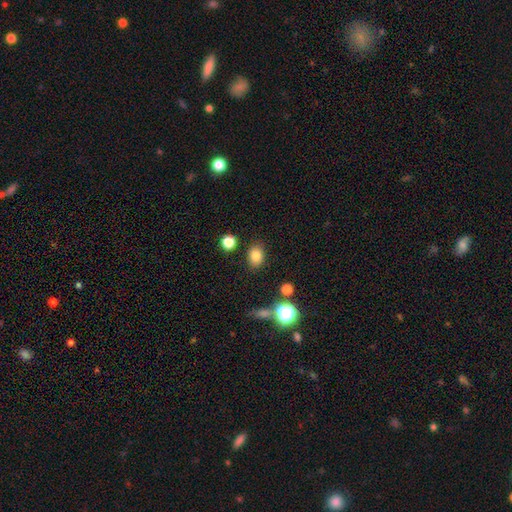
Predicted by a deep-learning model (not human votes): Morphology: type=smooth (81%); roundness=in between (66%); merging=none (84%).